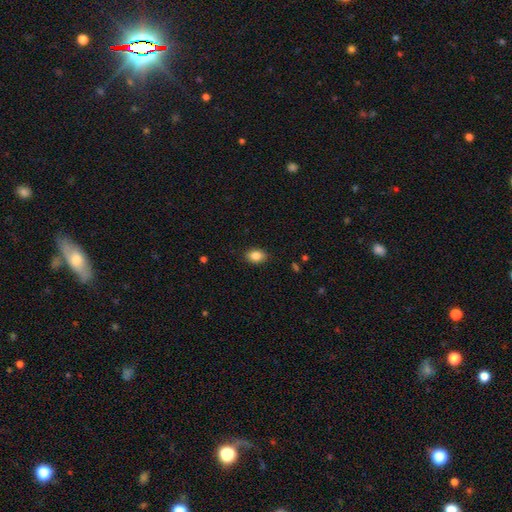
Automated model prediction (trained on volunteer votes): Q: Smooth or featured?
A: smooth (86%); runner-up: star or artifact (9%)
Q: How rounded?
A: in between (78%); runner-up: round (21%)
Q: Merging?
A: none (88%); runner-up: minor disturbance (9%)